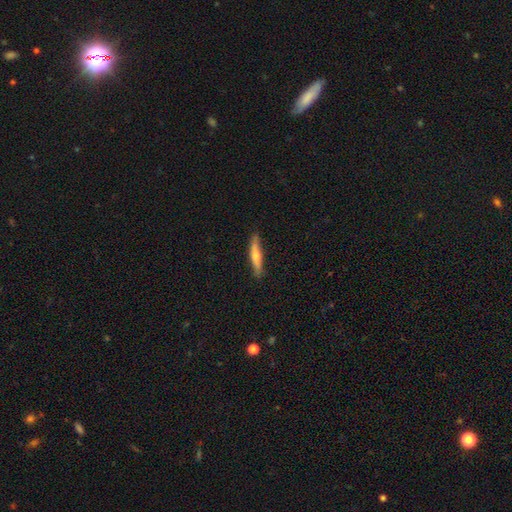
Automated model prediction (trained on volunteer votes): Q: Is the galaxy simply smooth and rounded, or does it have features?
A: featured or disk — 52%.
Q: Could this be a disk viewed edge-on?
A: yes — 89%.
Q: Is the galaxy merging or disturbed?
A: none — 86%.